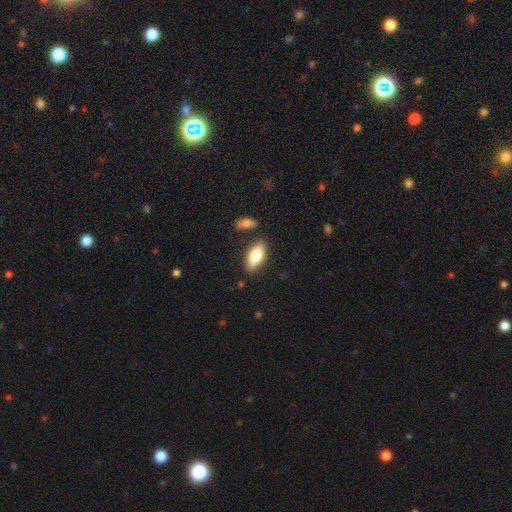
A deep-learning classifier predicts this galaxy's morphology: This is likely a smooth galaxy (76%). How rounded: clearly in between (83%). Merging: clearly none (81%).